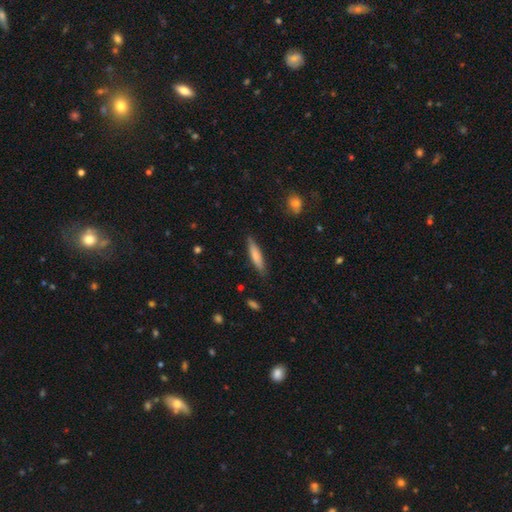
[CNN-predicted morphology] Smooth or featured: smooth — 73% (featured or disk — 21%)
How rounded: cigar-shaped — 82% (in between — 16%)
Merging: none — 85% (minor disturbance — 12%)